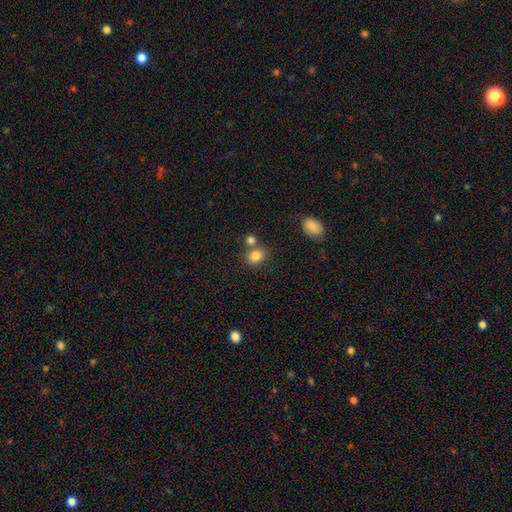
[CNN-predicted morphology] This is clearly a smooth galaxy (82%). How rounded: possibly round (54%). Merging: likely none (61%).